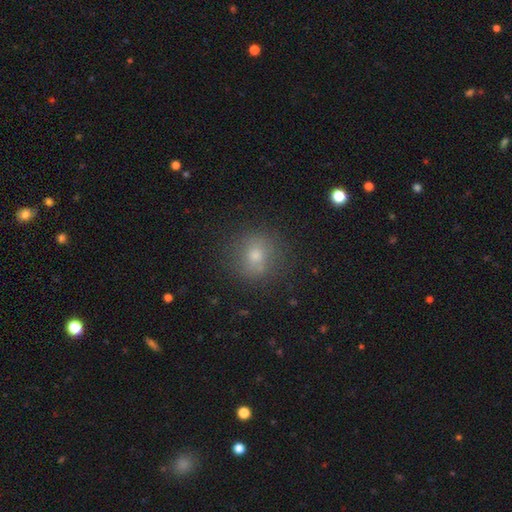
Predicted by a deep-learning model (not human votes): smooth 69%, featured or disk 15%, star or artifact 15%. Down the decision tree: how rounded — round (84%); merging — none (79%).